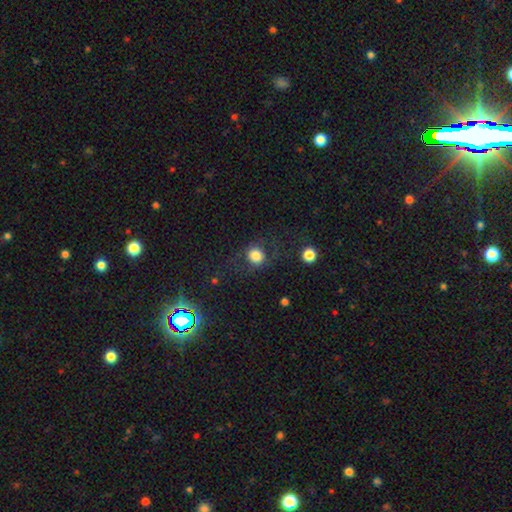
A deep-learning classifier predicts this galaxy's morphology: The model was most divided on "merging": none: 73%, minor disturbance: 13%, major disturbance: 11%, merger: 2%. More confident: how rounded — round (86%); smooth or featured — smooth (78%).